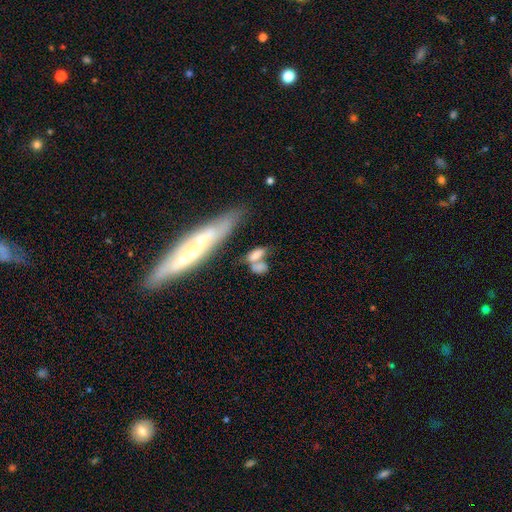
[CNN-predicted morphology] smooth-or-featured: smooth: 66% | featured or disk: 24% | star or artifact: 10%
  how-rounded: in between: 64% | cigar-shaped: 28% | round: 8%
  merging: merger: 46% | none: 29% | minor disturbance: 14% | major disturbance: 11%